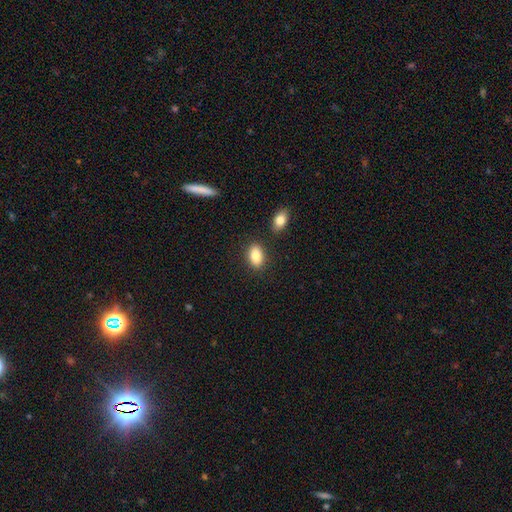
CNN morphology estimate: type=smooth (85%); roundness=in between (89%); merging=none (82%).